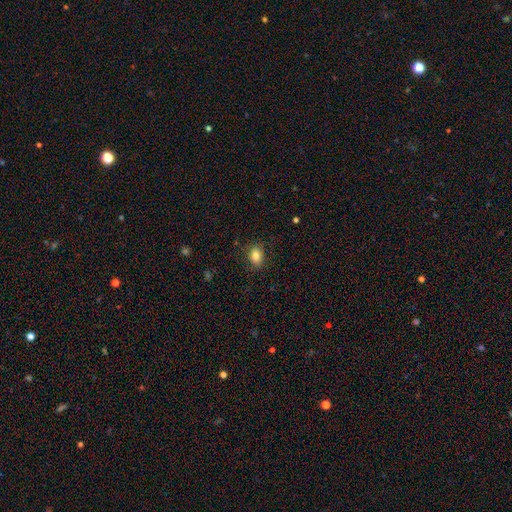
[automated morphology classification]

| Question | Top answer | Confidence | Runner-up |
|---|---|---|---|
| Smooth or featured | smooth | 83% | star or artifact (10%) |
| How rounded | in between | 70% | round (29%) |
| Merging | none | 84% | minor disturbance (11%) |